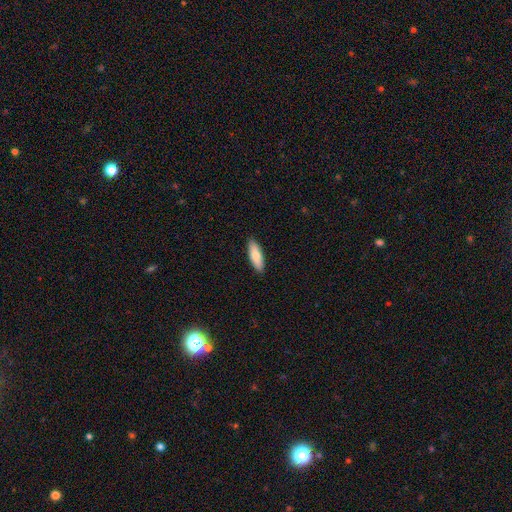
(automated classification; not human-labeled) Overall: smooth (76%). How rounded: in between (55%; cigar-shaped 43%). Merging: none (90%).